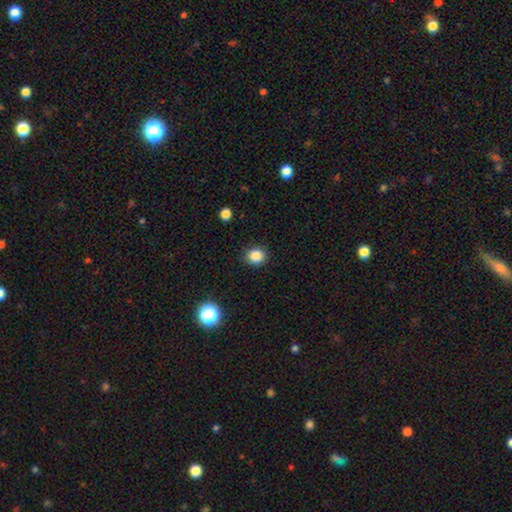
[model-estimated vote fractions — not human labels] Q: Smooth or featured?
A: smooth (85%); runner-up: star or artifact (11%)
Q: How rounded?
A: round (85%); runner-up: in between (14%)
Q: Merging?
A: none (89%); runner-up: minor disturbance (7%)